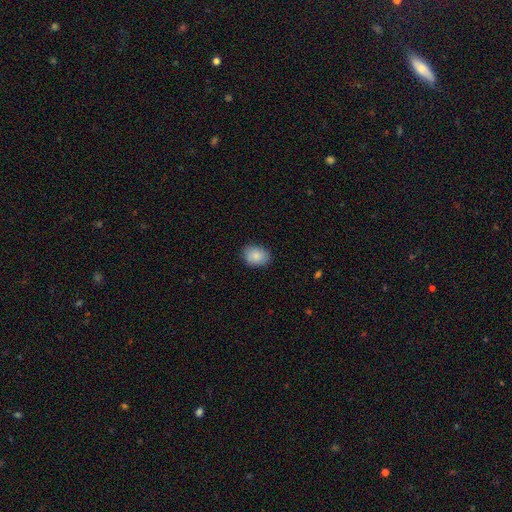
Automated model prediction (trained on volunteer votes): Overall: smooth (86%). How rounded: in between (66%; round 33%). Merging: none (83%).